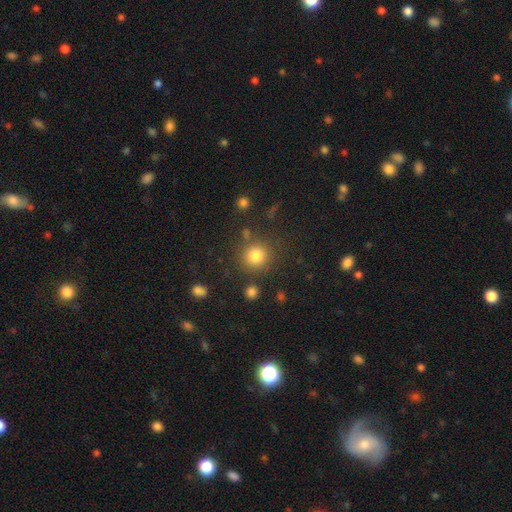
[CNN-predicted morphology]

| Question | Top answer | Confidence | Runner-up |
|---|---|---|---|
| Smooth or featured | smooth | 82% | star or artifact (12%) |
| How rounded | round | 92% | in between (7%) |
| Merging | none | 82% | minor disturbance (9%) |